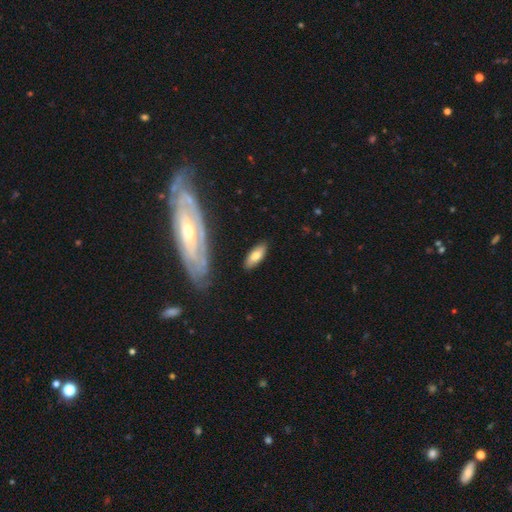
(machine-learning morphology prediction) Smooth or featured? Predicted: smooth (p=0.70). How rounded? Predicted: in between (p=0.77). Merging? Predicted: none (p=0.83).